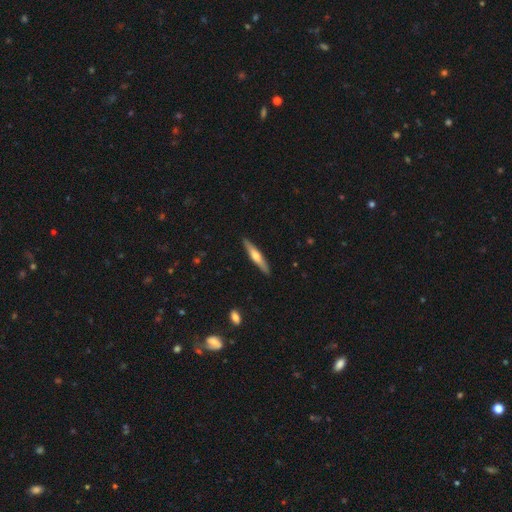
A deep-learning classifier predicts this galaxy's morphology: The model was most divided on "smooth or featured": featured or disk: 54%, smooth: 41%, star or artifact: 5%. More confident: edge-on disk — yes (95%); merging — none (91%); edge-on bulge — rounded (88%).